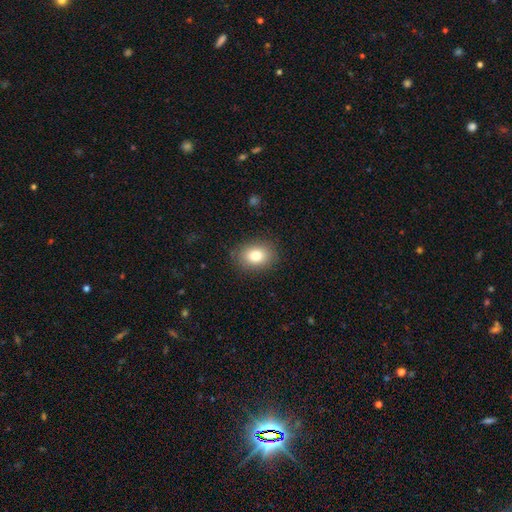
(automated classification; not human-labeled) Smooth or featured: smooth — 80% (featured or disk — 10%)
How rounded: in between — 67% (round — 32%)
Merging: none — 86% (minor disturbance — 10%)